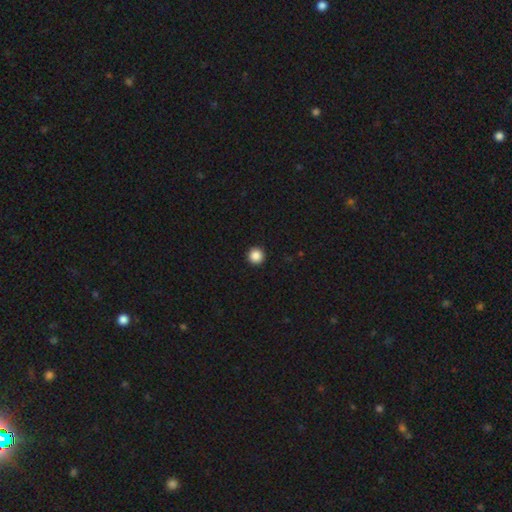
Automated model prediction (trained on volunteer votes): A smooth galaxy with no disk features (87%) that is round (97%). Merging: none (94%).